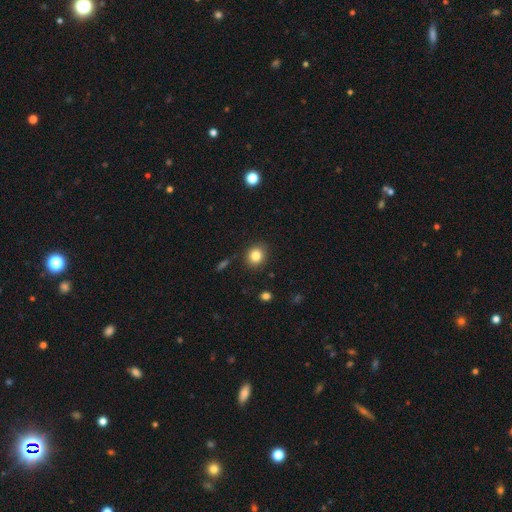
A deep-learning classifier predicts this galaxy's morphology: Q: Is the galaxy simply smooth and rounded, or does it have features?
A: smooth — 83%.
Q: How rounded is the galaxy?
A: round — 75%.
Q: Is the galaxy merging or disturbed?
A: none — 88%.